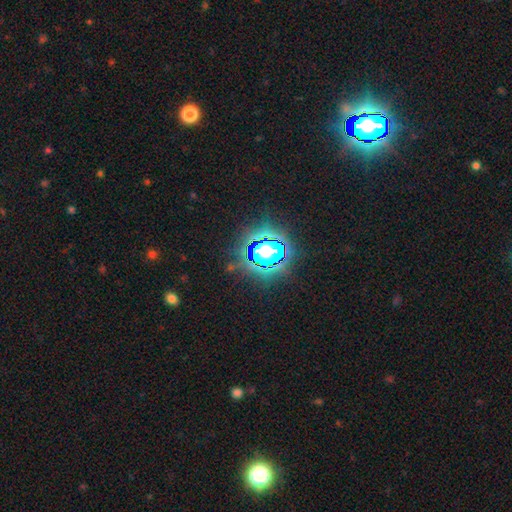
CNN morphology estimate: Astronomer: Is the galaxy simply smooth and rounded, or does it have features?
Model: star or artifact — 79%.